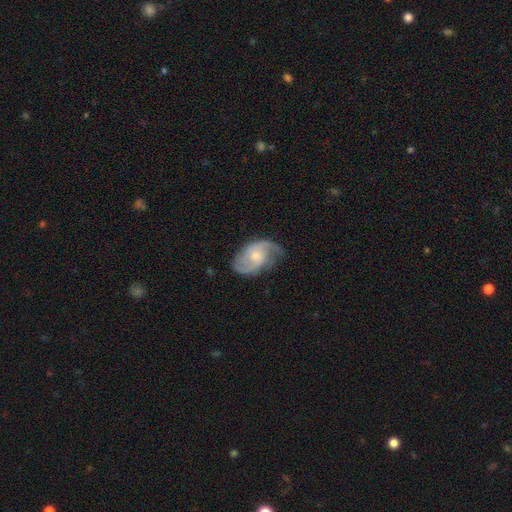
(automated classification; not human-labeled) smooth_or_featured: featured or disk (p=0.81) [alt: smooth p=0.14]
disk_edge_on: no (p=0.97) [alt: yes p=0.03]
bar: no (p=0.61) [alt: weak p=0.34]
has_spiral_arms: yes (p=0.94) [alt: no p=0.06]
spiral_winding: medium (p=0.47) [alt: loose p=0.33]
spiral_arm_count: 2 (p=0.79) [alt: can't tell p=0.08]
bulge_size: small (p=0.51) [alt: moderate p=0.43]
merging: none (p=0.66) [alt: minor disturbance p=0.23]